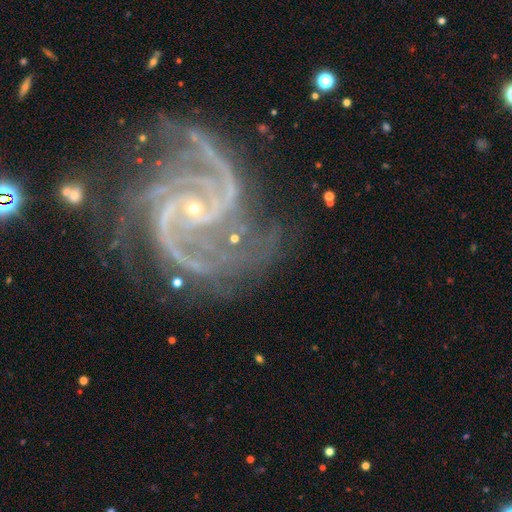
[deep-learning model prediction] The model was most divided on "spiral arm count": 2: 35%, 3: 29%, 4: 13%, can't tell: 9%, more than 4: 8%, 1: 8%. More confident: spiral arms — yes (99%); edge-on disk — no (98%); smooth or featured — featured or disk (93%); bulge size — small (87%); merging — none (61%); spiral winding — medium (55%); bar — no (55%).